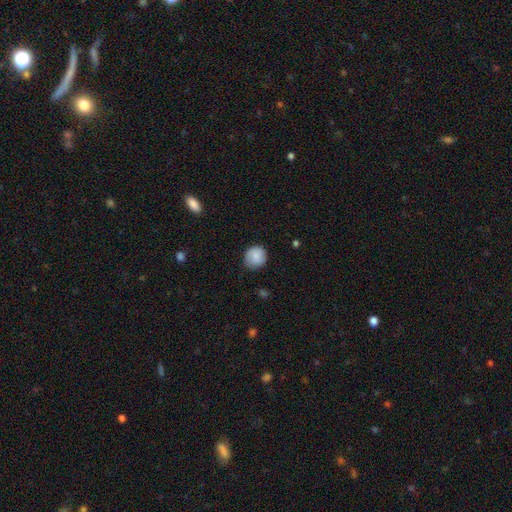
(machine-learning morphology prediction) smooth_or_featured: smooth (p=0.83) [alt: featured or disk p=0.10]
how_rounded: round (p=0.87) [alt: in between p=0.12]
merging: none (p=0.75) [alt: minor disturbance p=0.20]